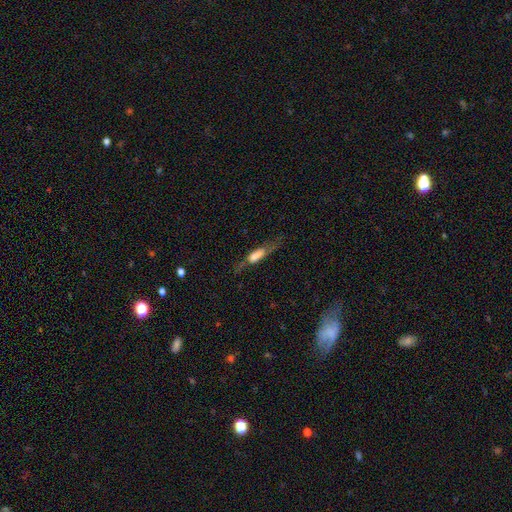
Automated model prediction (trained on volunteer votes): Q: Smooth or featured?
A: smooth (48%); runner-up: featured or disk (42%)
Q: Merging?
A: none (48%); runner-up: major disturbance (25%)